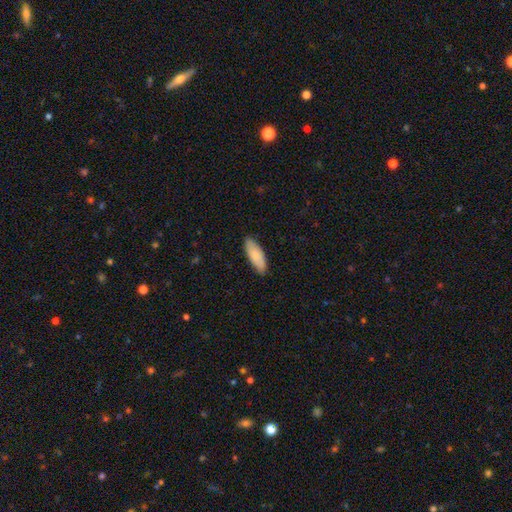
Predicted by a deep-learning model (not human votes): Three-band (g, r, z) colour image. It shows a smooth galaxy with no disk features (82%) that is in between round and cigar-shaped (72%). Merging: none (85%).